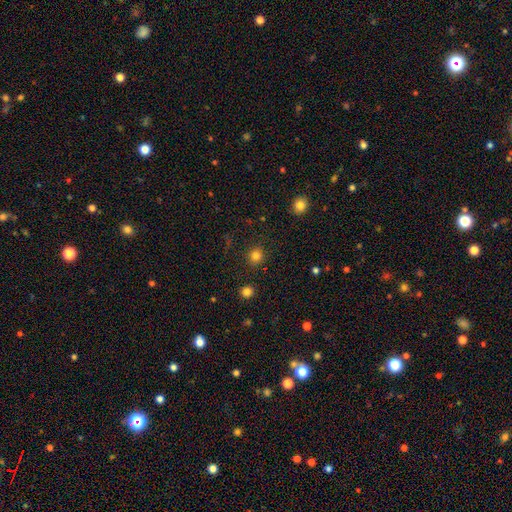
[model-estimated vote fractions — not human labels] Overall: smooth (82%). How rounded: round (91%). Merging: none (90%).